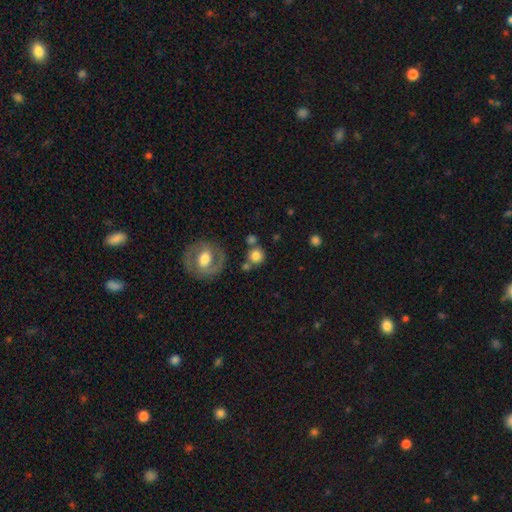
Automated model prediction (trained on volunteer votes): Morphology: type=smooth (77%); roundness=round (91%); merging=none (70%).